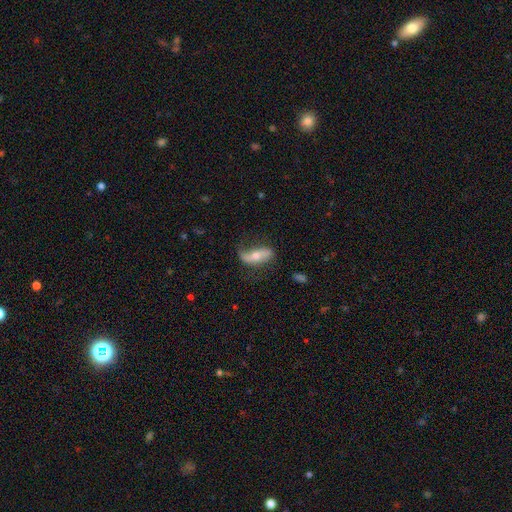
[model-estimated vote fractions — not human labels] Q: Smooth or featured?
A: featured or disk (55%); runner-up: smooth (38%)
Q: Edge-on disk?
A: no (79%); runner-up: yes (21%)
Q: Merging?
A: none (59%); runner-up: minor disturbance (26%)